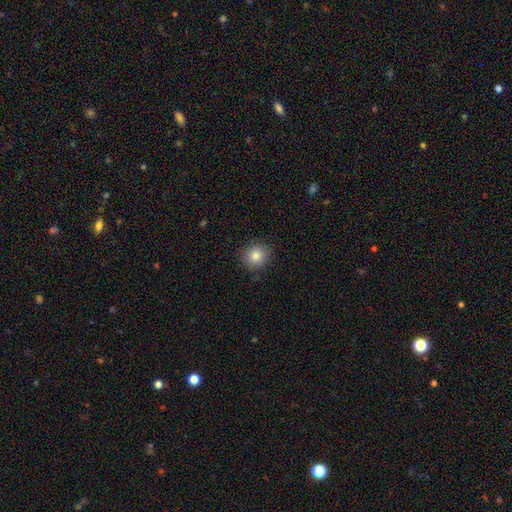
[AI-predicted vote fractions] smooth 83%, star or artifact 10%, featured or disk 6%. Down the decision tree: how rounded — round (89%); merging — none (90%).